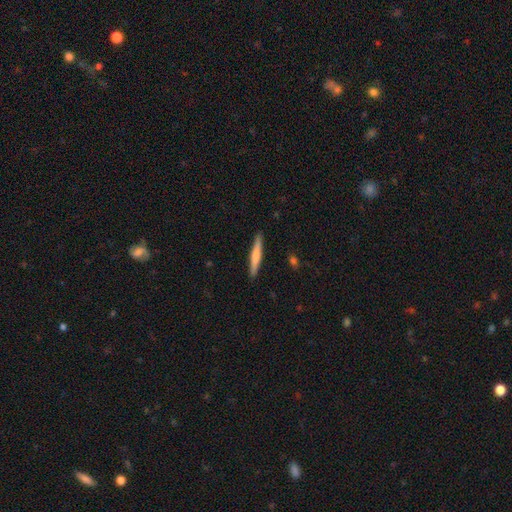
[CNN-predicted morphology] Overall: smooth (59%; featured or disk 36%). How rounded: cigar-shaped (94%). Merging: none (91%).